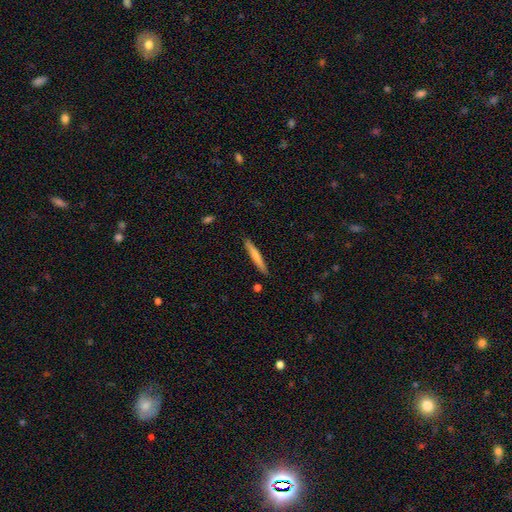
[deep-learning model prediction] smooth-or-featured: smooth: 65% | featured or disk: 29% | star or artifact: 6%
  how-rounded: cigar-shaped: 95% | in between: 4% | round: 1%
  merging: none: 89% | minor disturbance: 8% | merger: 2% | major disturbance: 2%